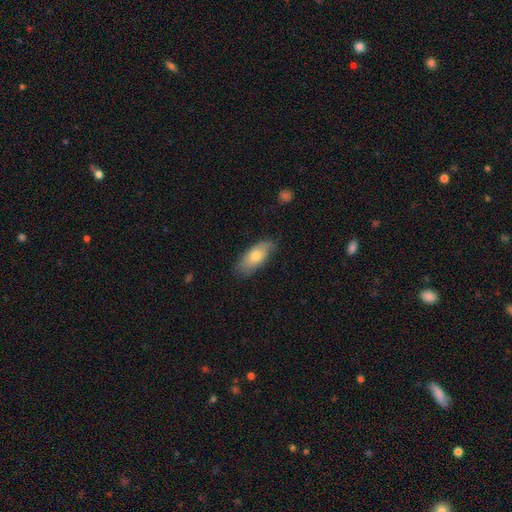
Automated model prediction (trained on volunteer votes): smooth_or_featured: smooth (p=0.68) [alt: featured or disk p=0.26]
how_rounded: in between (p=0.83) [alt: cigar-shaped p=0.14]
merging: none (p=0.72) [alt: minor disturbance p=0.23]